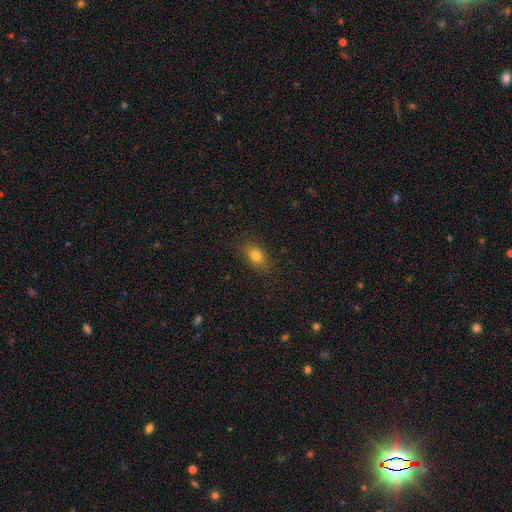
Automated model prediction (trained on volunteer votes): The model was most divided on "how rounded": in between: 81%, round: 15%, cigar-shaped: 3%. More confident: merging — none (85%); smooth or featured — smooth (80%).